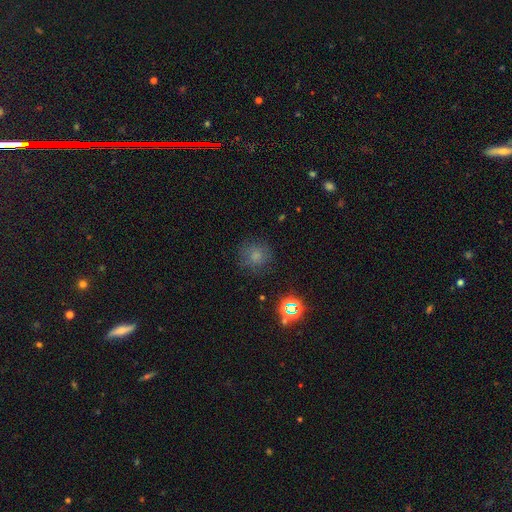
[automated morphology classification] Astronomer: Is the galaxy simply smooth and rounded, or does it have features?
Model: smooth — 72%.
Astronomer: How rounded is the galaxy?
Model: round — 89%.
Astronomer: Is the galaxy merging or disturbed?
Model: none — 78%.